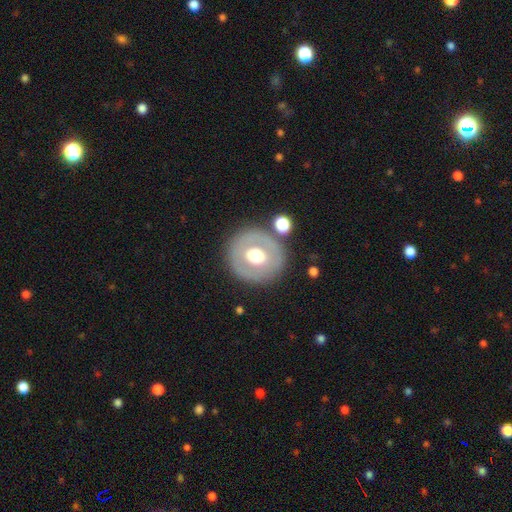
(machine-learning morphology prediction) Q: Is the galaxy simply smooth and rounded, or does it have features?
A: smooth — 47%.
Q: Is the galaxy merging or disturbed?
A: none — 80%.